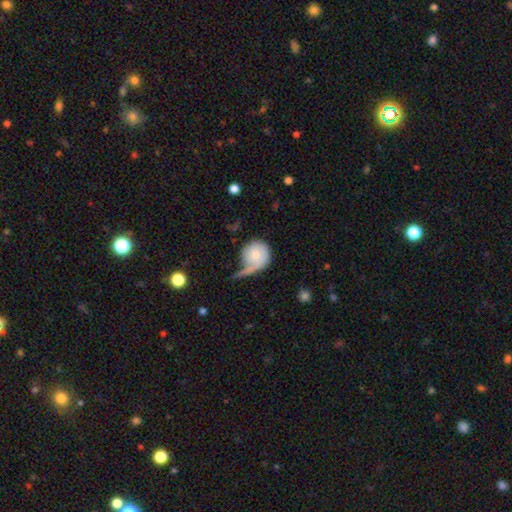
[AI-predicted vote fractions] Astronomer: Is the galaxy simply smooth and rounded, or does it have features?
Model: smooth — 62%.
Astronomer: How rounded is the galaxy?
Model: round — 83%.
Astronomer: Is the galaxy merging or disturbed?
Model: major disturbance — 43% (runner-up: none, 24%).